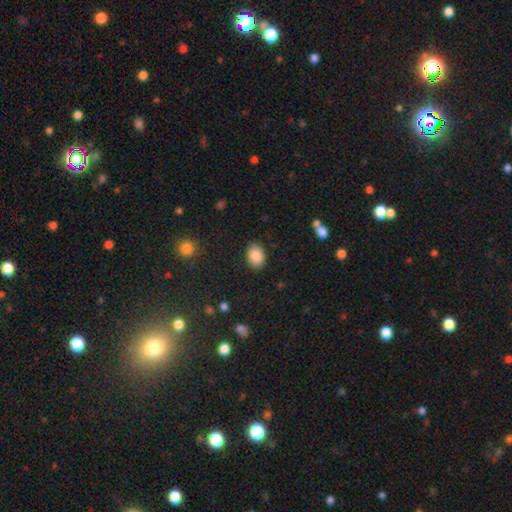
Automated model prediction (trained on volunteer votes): A smooth galaxy with no disk features (87%) that is in between round and cigar-shaped (79%). Merging: none (88%).